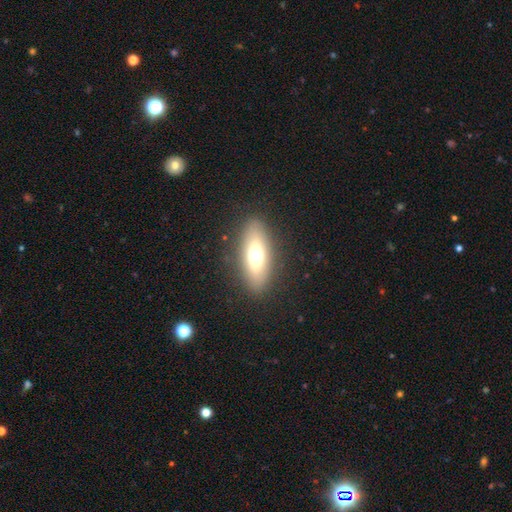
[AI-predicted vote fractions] smooth_or_featured: smooth (p=0.63) [alt: featured or disk p=0.28]
how_rounded: in between (p=0.69) [alt: cigar-shaped p=0.27]
merging: none (p=0.86) [alt: minor disturbance p=0.09]